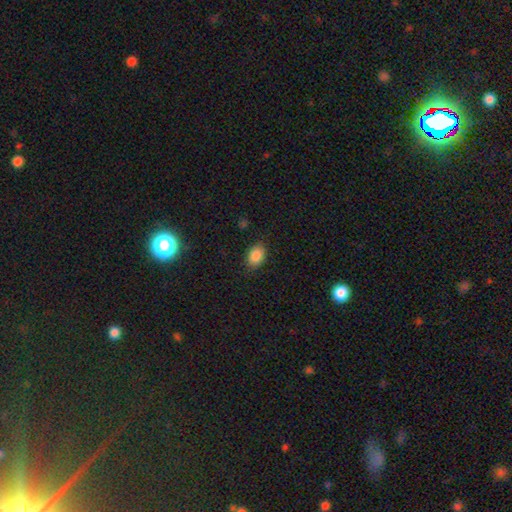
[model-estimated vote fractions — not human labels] Smooth or featured: smooth — 87% (star or artifact — 8%)
How rounded: in between — 86% (round — 12%)
Merging: none — 84% (minor disturbance — 12%)